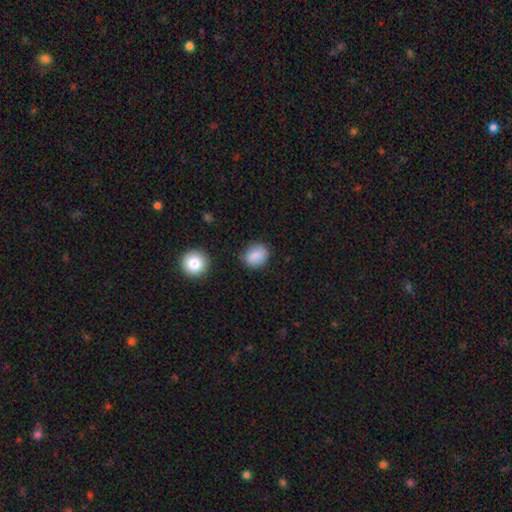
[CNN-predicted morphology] Overall: smooth (84%). How rounded: round (56%; in between 43%). Merging: none (74%).